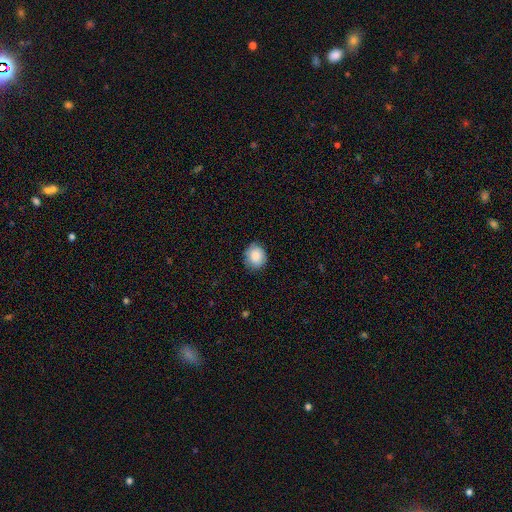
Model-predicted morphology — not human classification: Smooth or featured: smooth — 87% (star or artifact — 7%)
How rounded: round — 70% (in between — 29%)
Merging: none — 78% (minor disturbance — 17%)